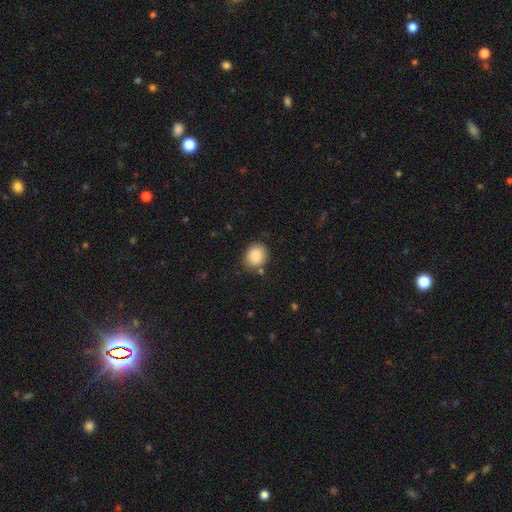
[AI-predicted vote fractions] Smooth or featured? Predicted: smooth (p=0.87). How rounded? Predicted: round (p=0.68). Merging? Predicted: none (p=0.81).